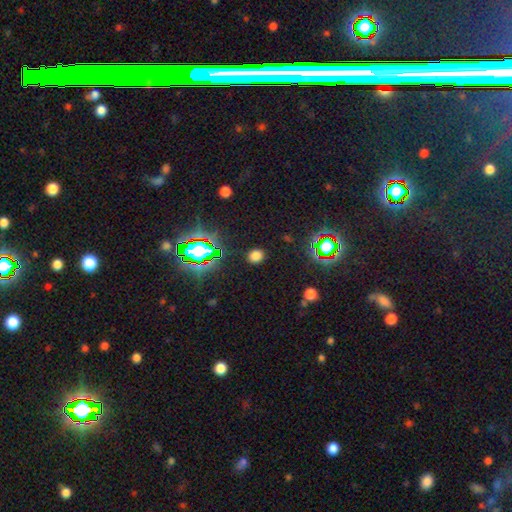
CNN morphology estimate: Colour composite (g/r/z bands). It shows a smooth galaxy with no disk features (71%) that is round (67%). Merging: none (88%).